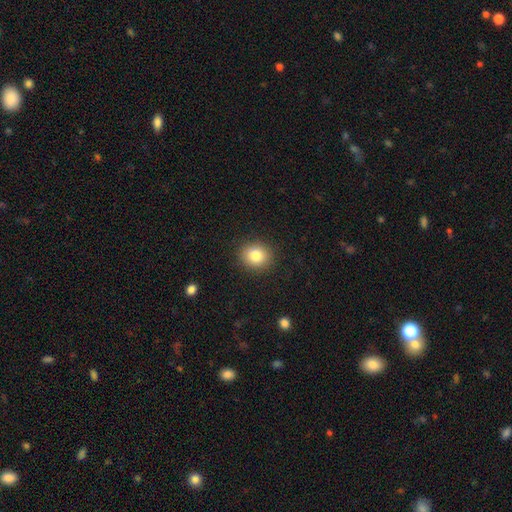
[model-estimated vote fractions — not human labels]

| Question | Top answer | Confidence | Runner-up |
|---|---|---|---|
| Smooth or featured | smooth | 82% | star or artifact (10%) |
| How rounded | round | 74% | in between (25%) |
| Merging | none | 90% | minor disturbance (7%) |